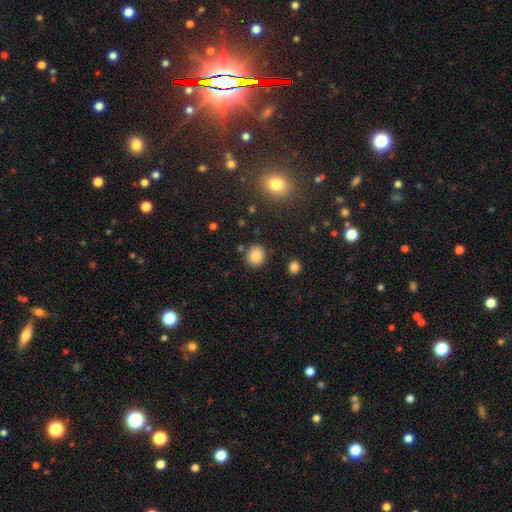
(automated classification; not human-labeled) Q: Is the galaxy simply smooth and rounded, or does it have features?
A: smooth — 81%.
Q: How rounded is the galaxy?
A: round — 86%.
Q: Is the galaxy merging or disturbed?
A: none — 87%.